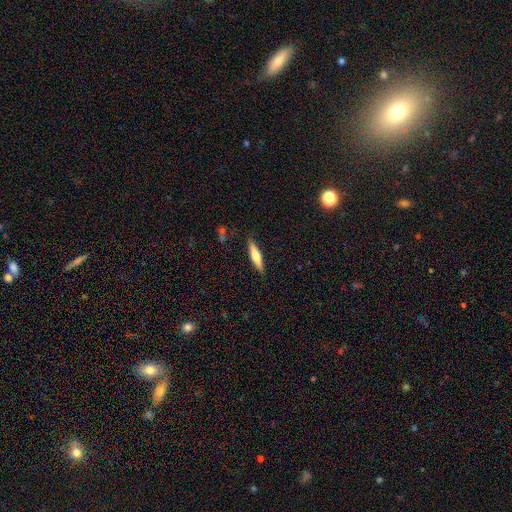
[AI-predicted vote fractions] Smooth or featured? Predicted: smooth (p=0.51). How rounded? Predicted: cigar-shaped (p=0.76). Merging? Predicted: none (p=0.86).